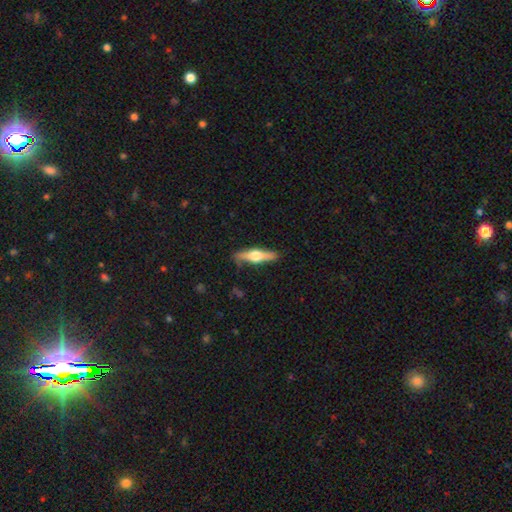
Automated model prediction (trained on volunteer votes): smooth-or-featured: featured or disk: 63% | smooth: 32% | star or artifact: 5%
  disk-edge-on: yes: 95% | no: 5%
    edge-on-bulge: rounded: 95% | boxy: 3% | none: 2%
  merging: none: 86% | minor disturbance: 11% | major disturbance: 2% | merger: 1%